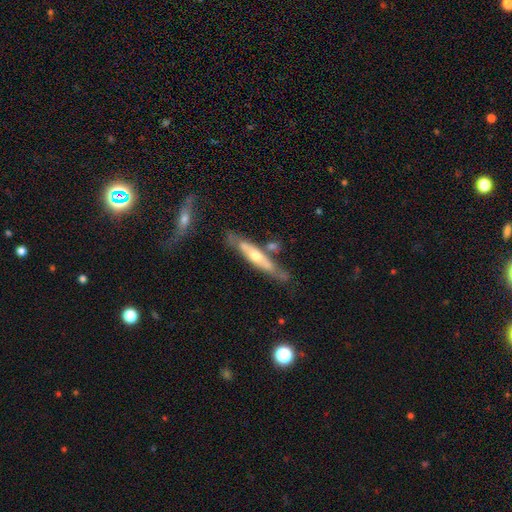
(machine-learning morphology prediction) featured or disk 65%, smooth 29%, star or artifact 6%. Down the decision tree: edge-on disk — yes (78%); edge-on bulge — rounded (80%); merging — none (66%).